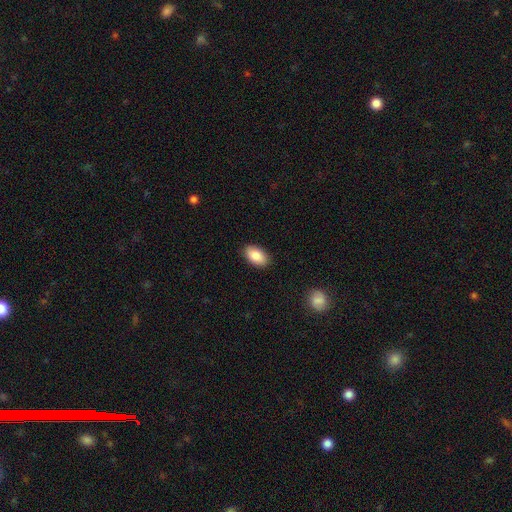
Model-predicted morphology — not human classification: smooth 86%, featured or disk 7%, star or artifact 7%. Down the decision tree: how rounded — in between (94%); merging — none (88%).